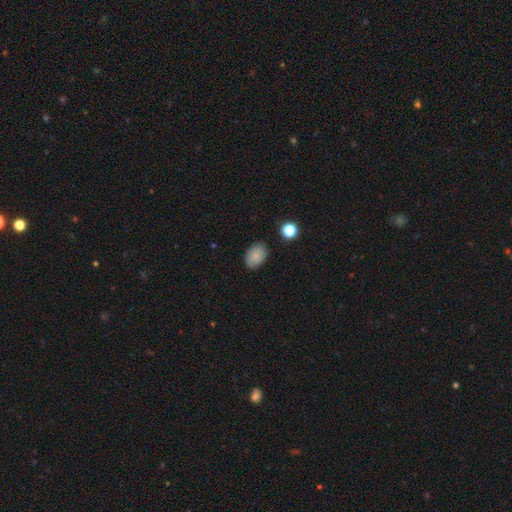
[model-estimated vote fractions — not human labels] This is clearly a smooth galaxy (84%). How rounded: likely in between (80%). Merging: clearly none (84%).